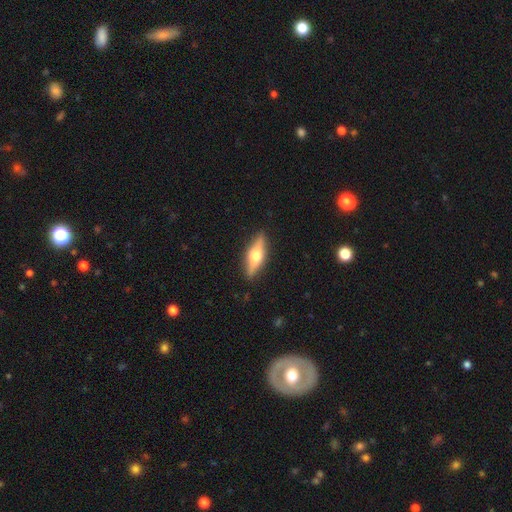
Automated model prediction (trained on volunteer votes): Overall: featured or disk (56%; smooth 39%). Edge-on disk: yes (93%). Edge-on bulge: rounded (93%). Merging: none (89%).